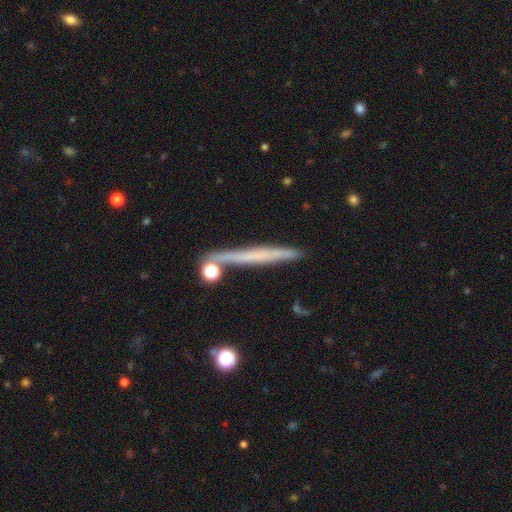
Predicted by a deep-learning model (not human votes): The model was most divided on "smooth or featured": featured or disk: 49%, smooth: 43%, star or artifact: 8%. More confident: merging — none (84%).